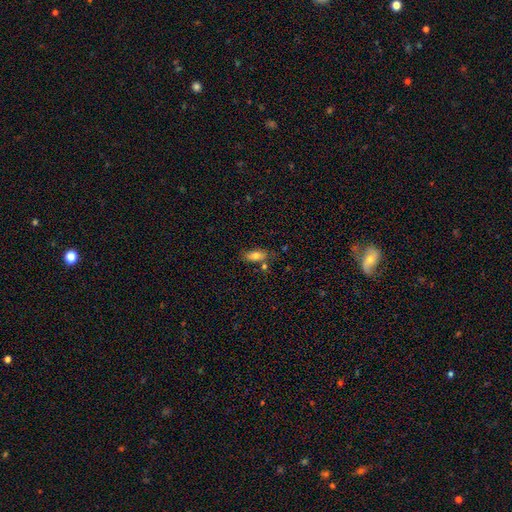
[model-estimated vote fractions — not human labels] smooth_or_featured: smooth (p=0.77) [alt: featured or disk p=0.15]
how_rounded: in between (p=0.84) [alt: cigar-shaped p=0.12]
merging: none (p=0.68) [alt: minor disturbance p=0.17]